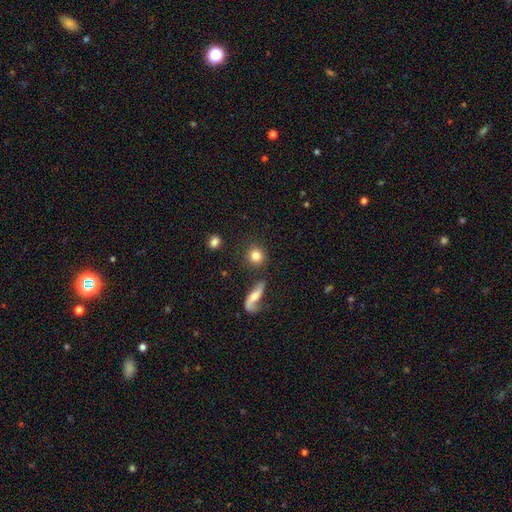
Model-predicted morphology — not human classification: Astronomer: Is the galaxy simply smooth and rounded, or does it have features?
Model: smooth — 81%.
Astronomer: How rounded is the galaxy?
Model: round — 89%.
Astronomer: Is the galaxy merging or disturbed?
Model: none — 82%.